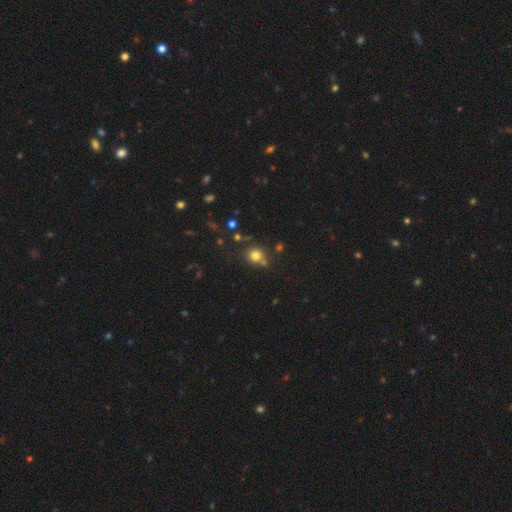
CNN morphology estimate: Smooth or featured: smooth — 76% (star or artifact — 16%)
How rounded: round — 86% (in between — 13%)
Merging: none — 68% (merger — 16%)